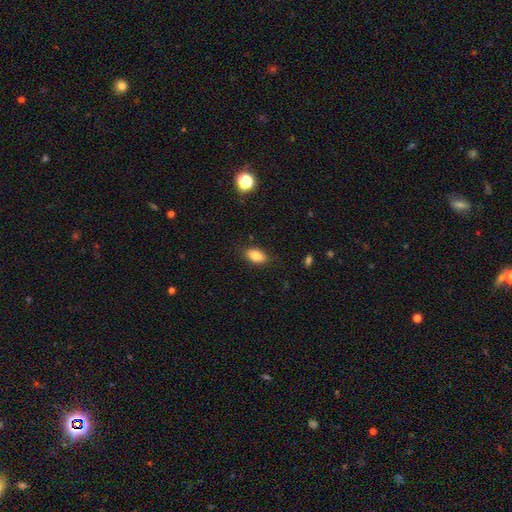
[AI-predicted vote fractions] Smooth or featured?
  - smooth: 84% *
  - star or artifact: 9%
  - featured or disk: 7%
How rounded?
  - in between: 89% *
  - round: 8%
  - cigar-shaped: 3%
Merging?
  - none: 83% *
  - minor disturbance: 13%
  - major disturbance: 3%
  - merger: 1%